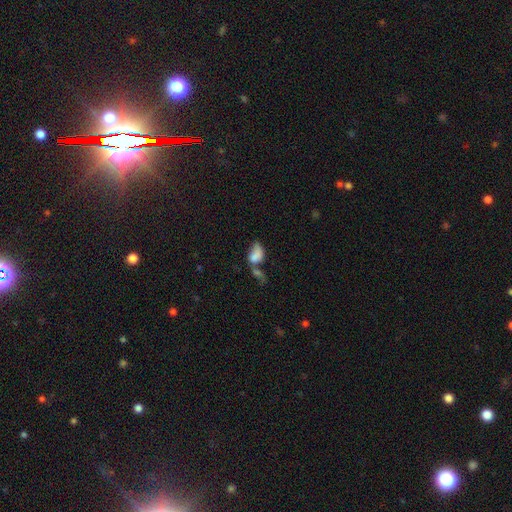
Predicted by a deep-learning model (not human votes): smooth 68%, featured or disk 20%, star or artifact 11%. Down the decision tree: how rounded — in between (85%); merging — merger (55%).